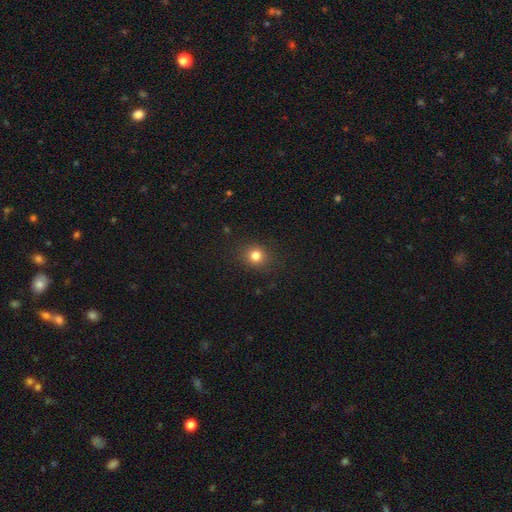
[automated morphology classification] The model was most divided on "how rounded": round: 83%, in between: 16%, cigar-shaped: 1%. More confident: merging — none (88%); smooth or featured — smooth (81%).